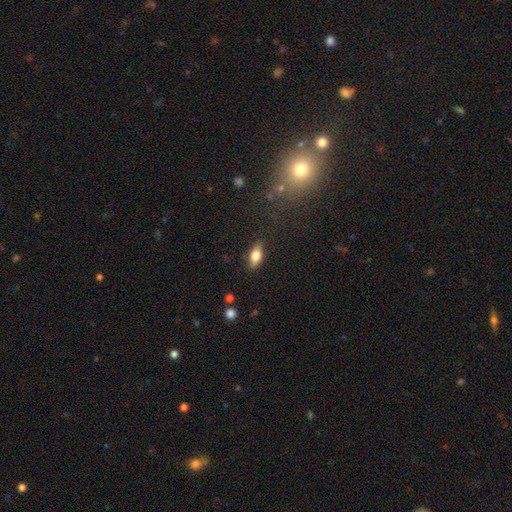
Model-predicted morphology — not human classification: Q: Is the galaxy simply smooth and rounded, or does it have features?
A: smooth — 67%.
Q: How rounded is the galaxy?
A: in between — 80%.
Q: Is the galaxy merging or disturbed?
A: none — 84%.